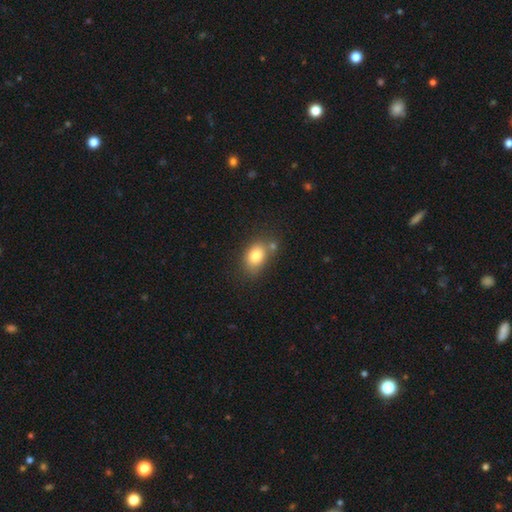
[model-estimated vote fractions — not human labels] The model was most divided on "merging": none: 65%, minor disturbance: 16%, merger: 14%, major disturbance: 5%. More confident: smooth or featured — smooth (81%); how rounded — in between (79%).